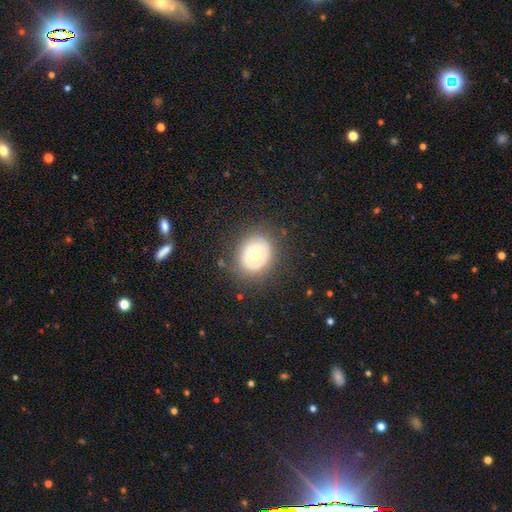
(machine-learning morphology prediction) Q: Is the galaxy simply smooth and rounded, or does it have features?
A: smooth — 52%.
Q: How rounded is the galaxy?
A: round — 64%.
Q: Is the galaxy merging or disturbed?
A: none — 77%.